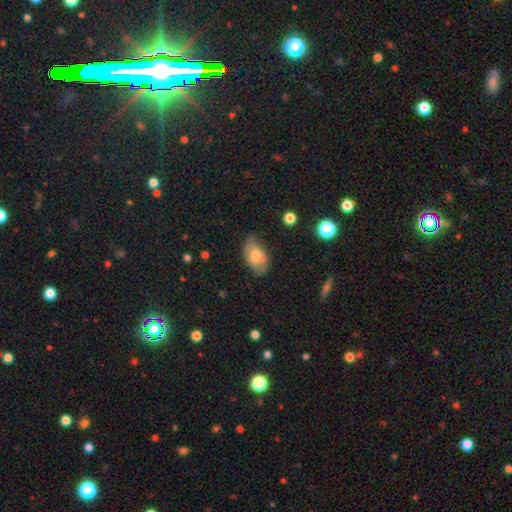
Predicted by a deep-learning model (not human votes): This is likely a smooth galaxy (66%). How rounded: clearly in between (92%). Merging: likely none (62%).